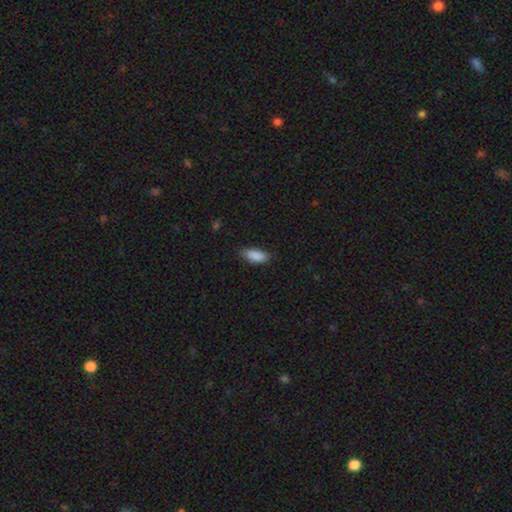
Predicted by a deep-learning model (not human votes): A smooth galaxy with no disk features (89%) that is in between round and cigar-shaped (85%).

Vote fractions:
- Smooth or featured? smooth: 89% / star or artifact: 6% / featured or disk: 4%
- How rounded? in between: 85% / cigar-shaped: 13% / round: 2%
- Merging? none: 82% / minor disturbance: 14% / major disturbance: 3% / merger: 1%